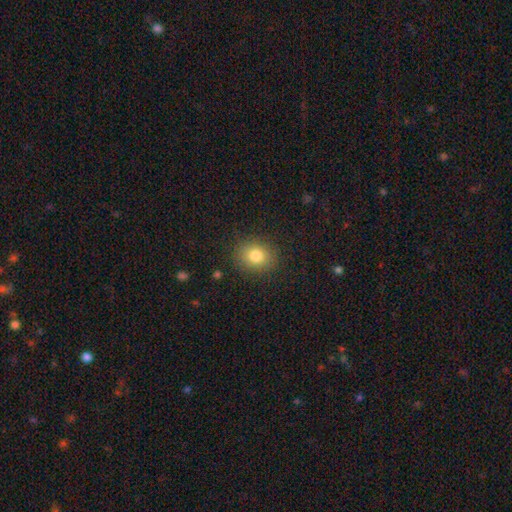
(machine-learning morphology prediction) The model was most divided on "how rounded": round: 63%, in between: 36%, cigar-shaped: 1%. More confident: merging — none (88%); smooth or featured — smooth (81%).